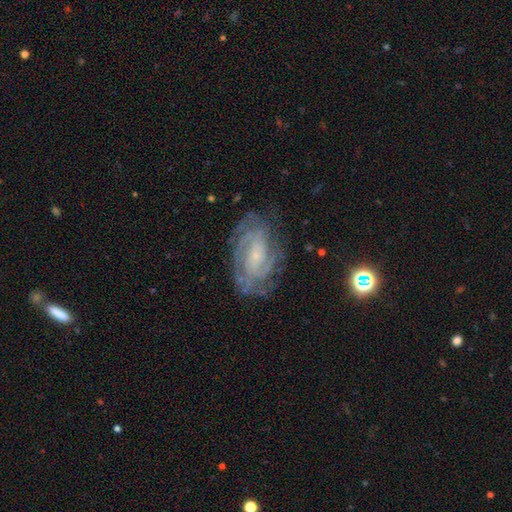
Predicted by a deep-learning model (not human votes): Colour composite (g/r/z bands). It shows a featured or disk galaxy (85%) with no bar (54%), tight (69%) spiral arms (96%) and a small central bulge (76%). Merging: none (76%).